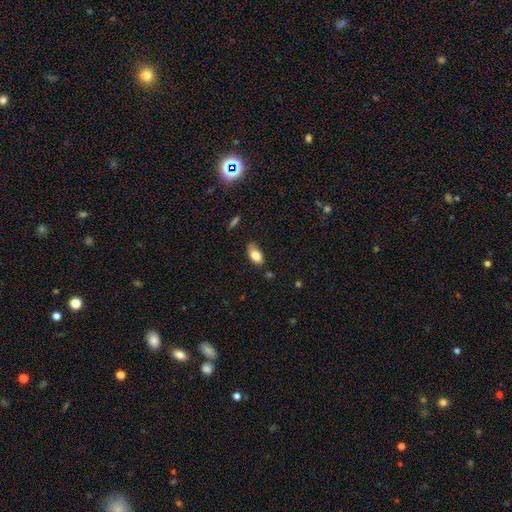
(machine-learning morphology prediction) smooth-or-featured: smooth: 81% | featured or disk: 11% | star or artifact: 8%
  how-rounded: in between: 91% | round: 6% | cigar-shaped: 3%
  merging: none: 62% | minor disturbance: 29% | major disturbance: 6% | merger: 3%